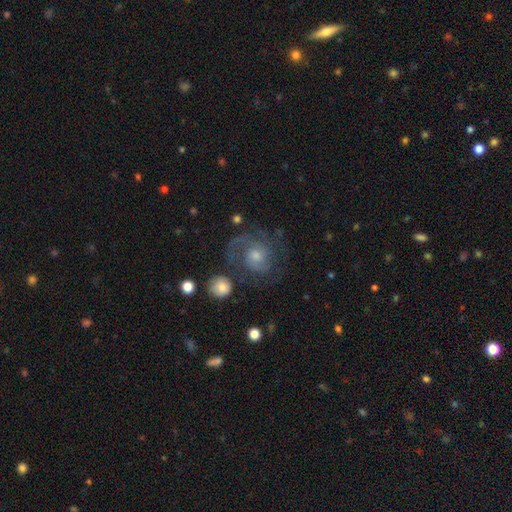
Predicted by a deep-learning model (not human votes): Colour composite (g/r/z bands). It shows a featured or disk galaxy (79%) with no bar (72%), 2 (52%) tight (47%) spiral arms (94%) and a moderate central bulge (55%). Merging: none (68%).